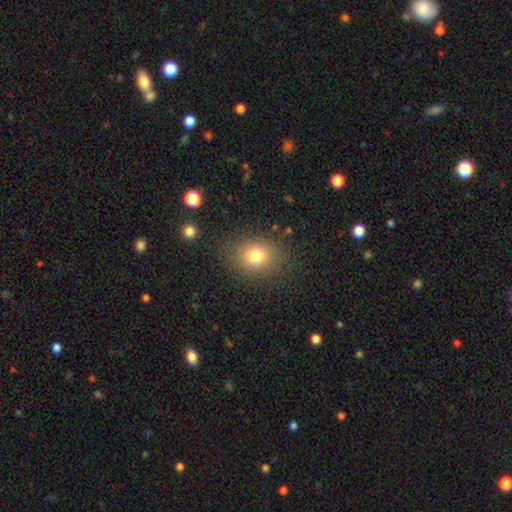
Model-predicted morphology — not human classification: smooth-or-featured: smooth: 77% | star or artifact: 13% | featured or disk: 10%
  how-rounded: round: 51% | in between: 48% | cigar-shaped: 1%
  merging: none: 81% | minor disturbance: 12% | major disturbance: 5% | merger: 2%